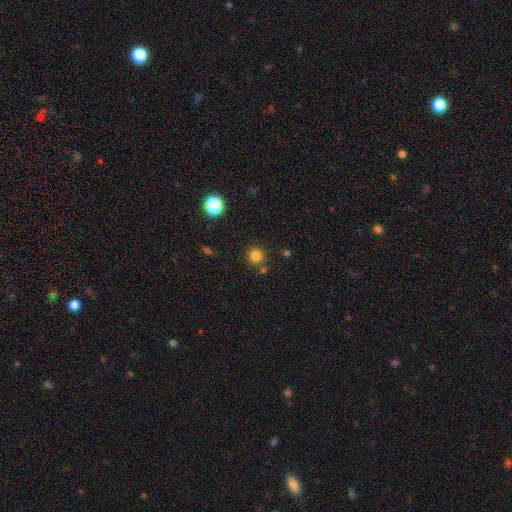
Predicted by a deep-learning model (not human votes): smooth_or_featured: smooth (p=0.81) [alt: star or artifact p=0.14]
how_rounded: round (p=0.94) [alt: in between p=0.05]
merging: none (p=0.80) [alt: minor disturbance p=0.09]